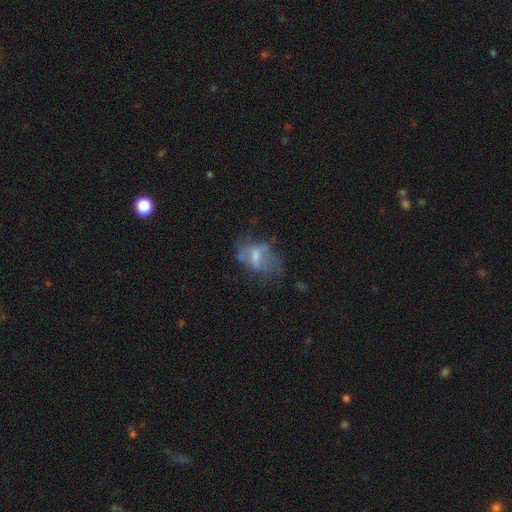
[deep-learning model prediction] This is possibly a featured or disk galaxy (51%). It is clearly not viewed edge-on (94%). Merging: marginally none (43%).